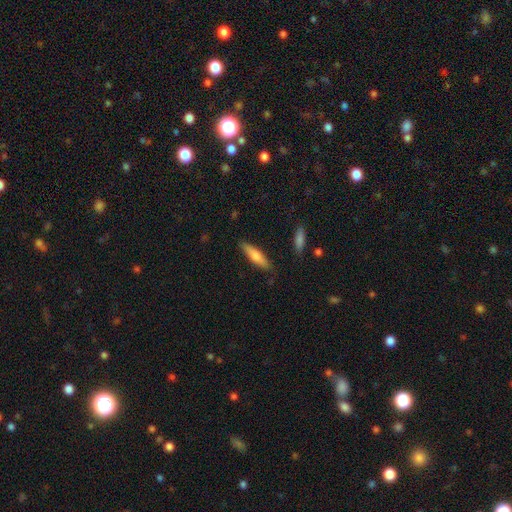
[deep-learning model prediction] Q: Smooth or featured?
A: smooth (67%); runner-up: featured or disk (27%)
Q: How rounded?
A: cigar-shaped (72%); runner-up: in between (26%)
Q: Merging?
A: none (86%); runner-up: minor disturbance (10%)